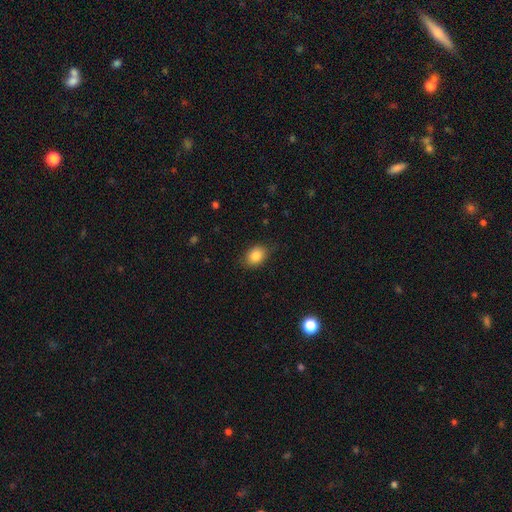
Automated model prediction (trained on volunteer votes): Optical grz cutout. It shows a smooth galaxy with no disk features (85%) that is in between round and cigar-shaped (71%). Merging: none (80%).